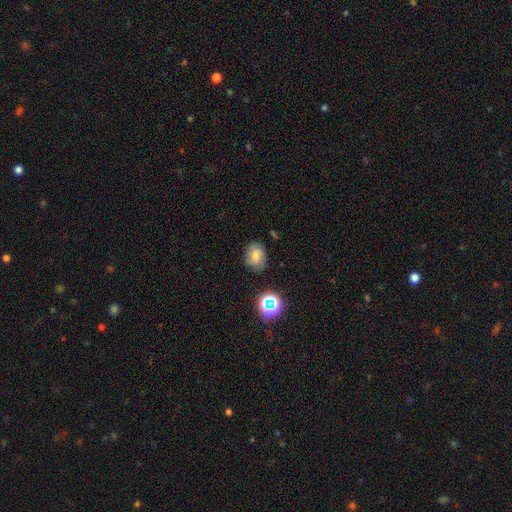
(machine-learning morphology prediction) smooth_or_featured: smooth (p=0.66) [alt: featured or disk p=0.18]
how_rounded: in between (p=0.55) [alt: round p=0.44]
merging: none (p=0.77) [alt: minor disturbance p=0.17]